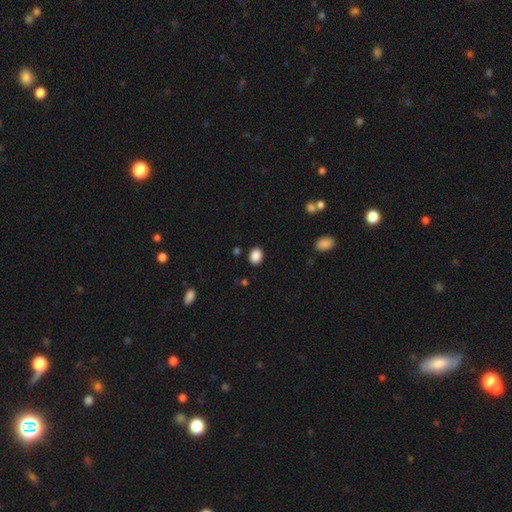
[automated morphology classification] Smooth or featured: smooth — 88% (star or artifact — 9%)
How rounded: in between — 56% (round — 43%)
Merging: none — 88% (minor disturbance — 8%)